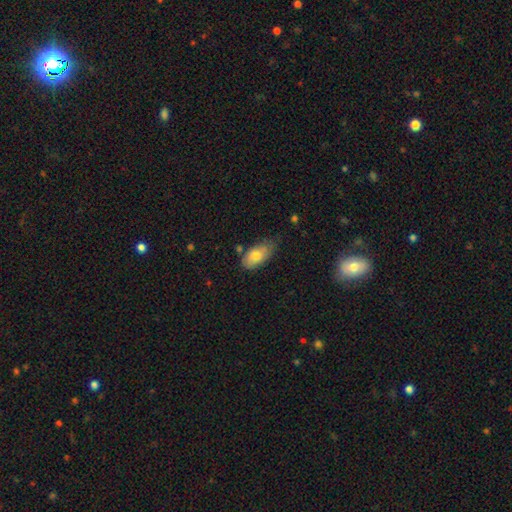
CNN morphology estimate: A smooth galaxy with no disk features (76%) that is in between round and cigar-shaped (92%). Merging: none (56%).